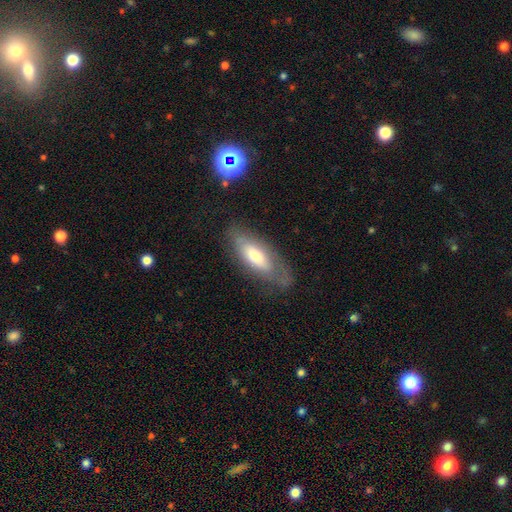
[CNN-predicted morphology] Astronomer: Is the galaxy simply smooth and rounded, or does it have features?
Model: smooth — 49% (runner-up: featured or disk, 42%).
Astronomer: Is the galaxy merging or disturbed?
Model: none — 68%.